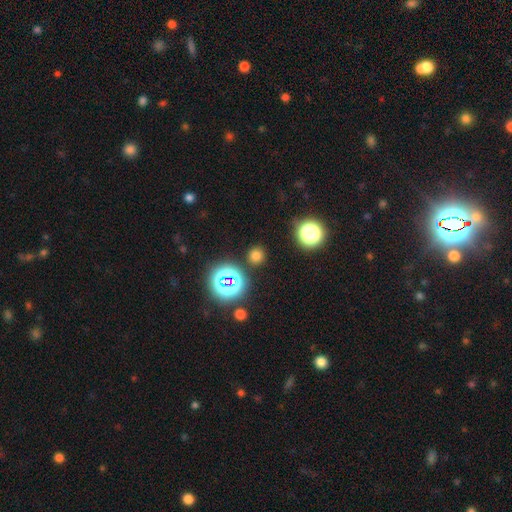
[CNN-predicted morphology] Smooth or featured? smooth (69%)
How rounded? round (91%)
Merging? none (87%)